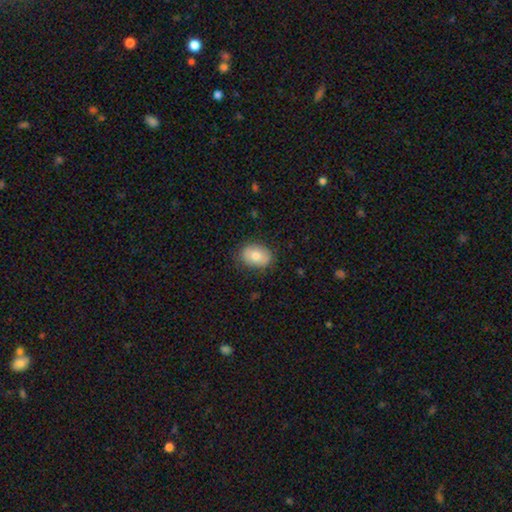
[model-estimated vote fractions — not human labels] Smooth or featured? smooth (77%)
How rounded? in between (76%)
Merging? none (83%)